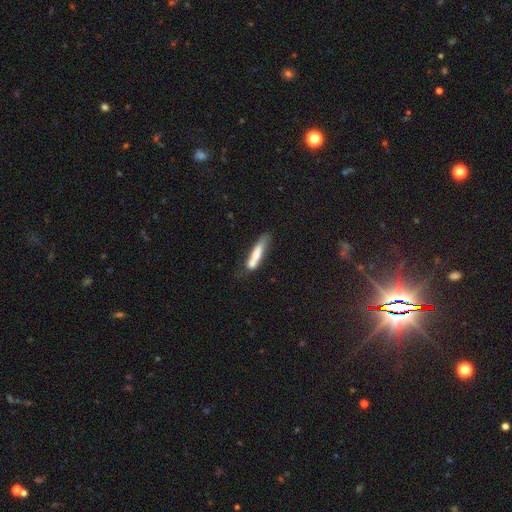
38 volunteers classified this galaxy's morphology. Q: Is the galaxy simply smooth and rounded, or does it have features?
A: smooth — 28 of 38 (74%).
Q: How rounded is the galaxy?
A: cigar-shaped — 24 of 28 (86%).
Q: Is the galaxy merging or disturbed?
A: merger — 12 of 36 (33%).